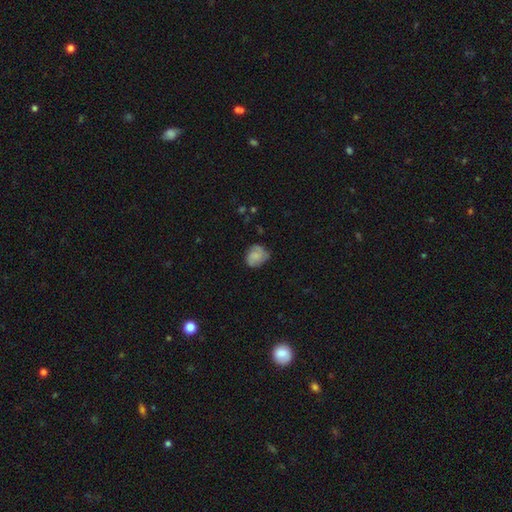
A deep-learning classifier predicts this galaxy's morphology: Smooth or featured: smooth — 54% (featured or disk — 38%)
How rounded: round — 58% (in between — 41%)
Merging: none — 63% (minor disturbance — 27%)